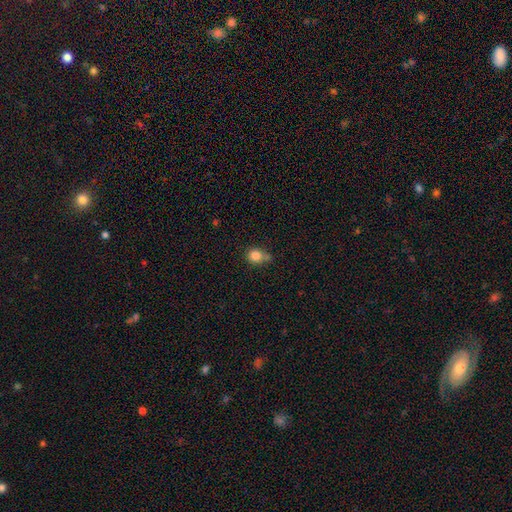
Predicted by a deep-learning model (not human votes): Smooth or featured? Predicted: smooth (p=0.83). How rounded? Predicted: round (p=0.79). Merging? Predicted: none (p=0.57).